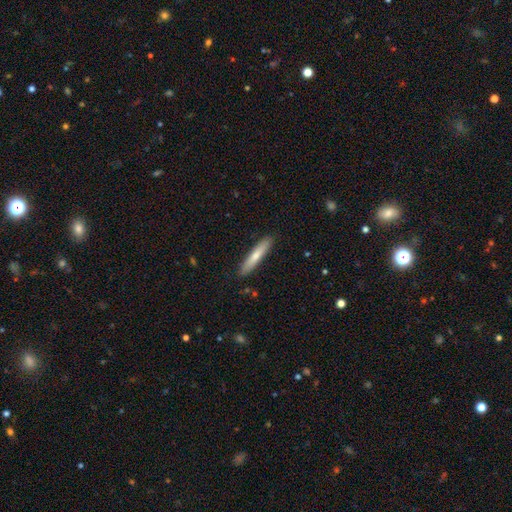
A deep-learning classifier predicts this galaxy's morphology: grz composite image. It shows a smooth galaxy with no disk features (68%) that is cigar-shaped (91%). Merging: none (89%).